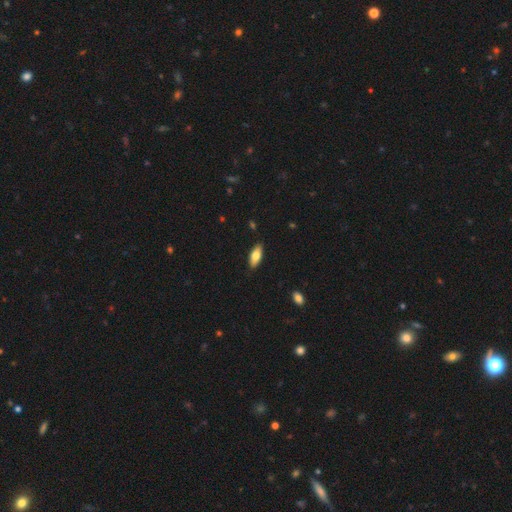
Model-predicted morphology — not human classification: smooth_or_featured: smooth (p=0.75) [alt: featured or disk p=0.19]
how_rounded: in between (p=0.81) [alt: cigar-shaped p=0.17]
merging: none (p=0.87) [alt: minor disturbance p=0.10]